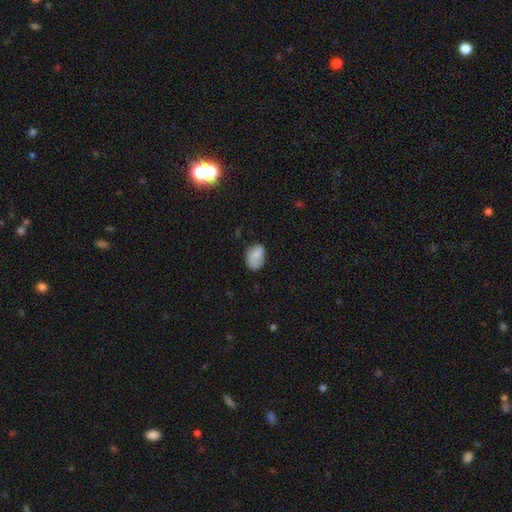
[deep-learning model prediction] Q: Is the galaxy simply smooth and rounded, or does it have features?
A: smooth — 77%.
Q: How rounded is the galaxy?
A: in between — 82%.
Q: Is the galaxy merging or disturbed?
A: none — 58%.